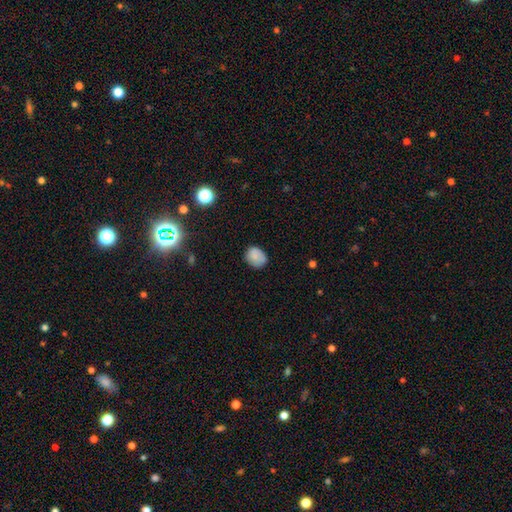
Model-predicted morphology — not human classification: Overall: smooth (82%). How rounded: round (59%; in between 40%). Merging: none (74%).